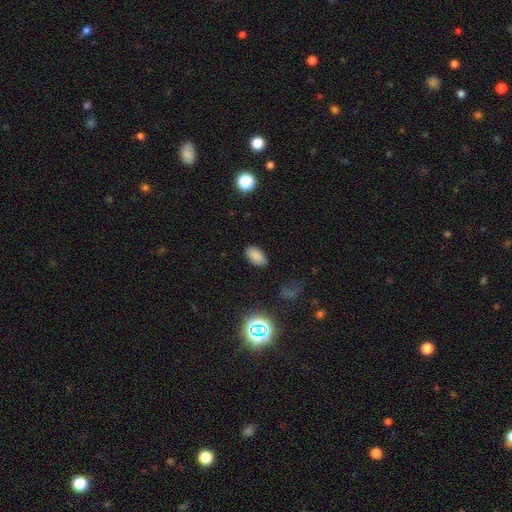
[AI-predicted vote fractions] Overall: smooth (83%). How rounded: in between (93%). Merging: none (86%).